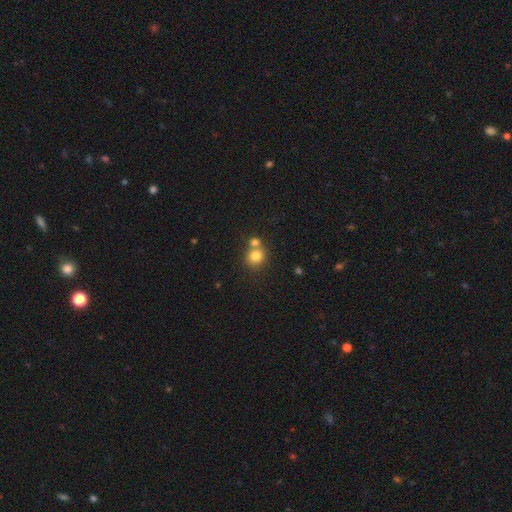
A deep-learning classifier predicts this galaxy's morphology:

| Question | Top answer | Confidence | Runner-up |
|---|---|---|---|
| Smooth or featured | smooth | 80% | star or artifact (12%) |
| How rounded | round | 81% | in between (18%) |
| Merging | none | 51% | merger (39%) |